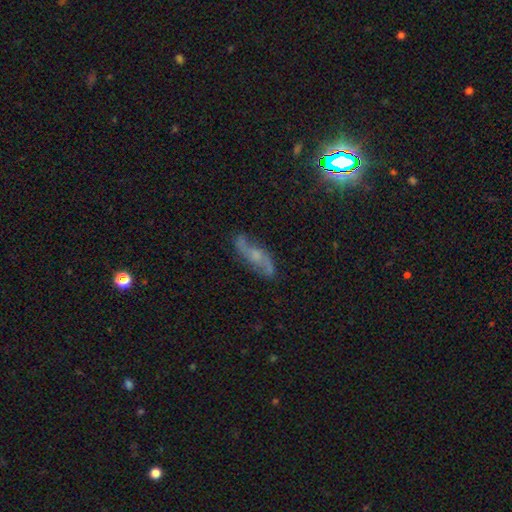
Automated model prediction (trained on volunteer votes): Smooth or featured: featured or disk — 74% (smooth — 15%)
Edge-on disk: no — 86% (yes — 14%)
Bar: no — 57% (weak — 34%)
Spiral arms: yes — 92% (no — 8%)
Spiral winding: loose — 61% (medium — 29%)
Spiral arm count: 2 — 89% (can't tell — 6%)
Bulge size: small — 50% (moderate — 34%)
Merging: none — 77% (minor disturbance — 16%)